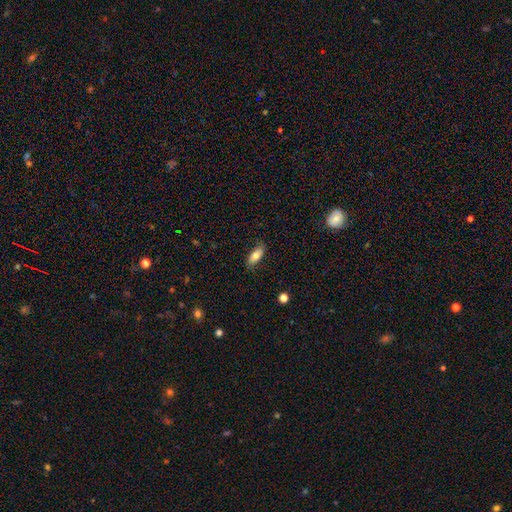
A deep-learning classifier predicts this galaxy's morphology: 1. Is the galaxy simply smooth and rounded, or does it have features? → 77% smooth, 17% featured or disk, 7% star or artifact.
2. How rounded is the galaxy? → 78% in between, 20% cigar-shaped, 2% round.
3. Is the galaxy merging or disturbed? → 82% none, 14% minor disturbance, 3% major disturbance, 1% merger.